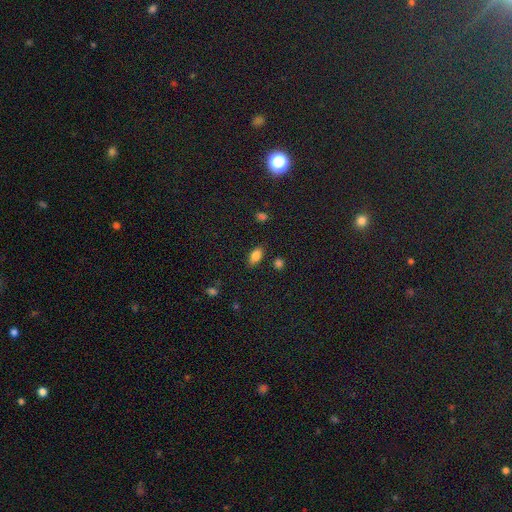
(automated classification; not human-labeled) smooth 82%, star or artifact 10%, featured or disk 8%. Down the decision tree: how rounded — in between (88%); merging — none (81%).